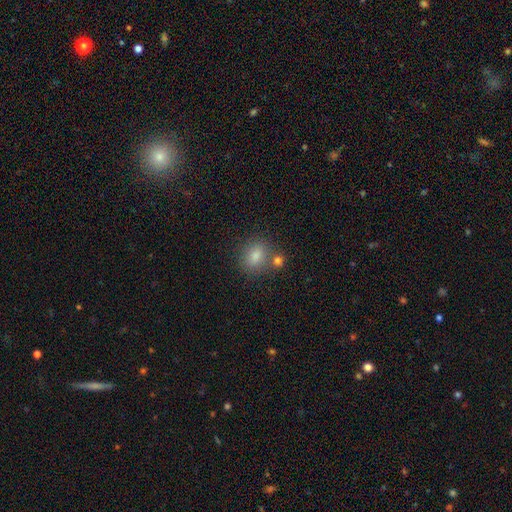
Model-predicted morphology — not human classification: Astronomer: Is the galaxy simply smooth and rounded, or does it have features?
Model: smooth — 77%.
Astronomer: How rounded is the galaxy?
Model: round — 52% (runner-up: in between, 46%).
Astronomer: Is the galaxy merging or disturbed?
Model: none — 71%.